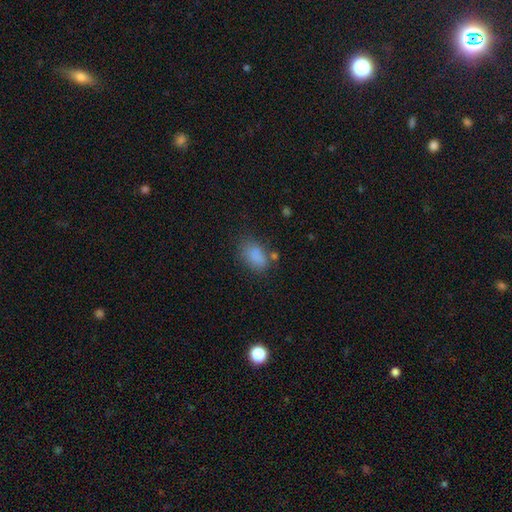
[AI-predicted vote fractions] smooth 82%, star or artifact 11%, featured or disk 7%. Down the decision tree: how rounded — in between (86%); merging — none (63%).